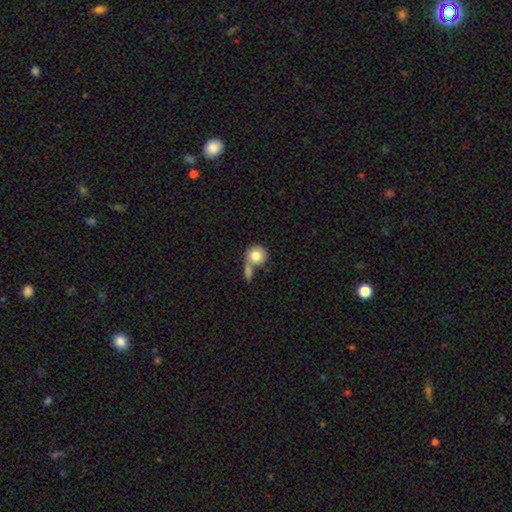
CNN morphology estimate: A smooth galaxy with no disk features (82%) that is round (88%). Merging: merger (44%).